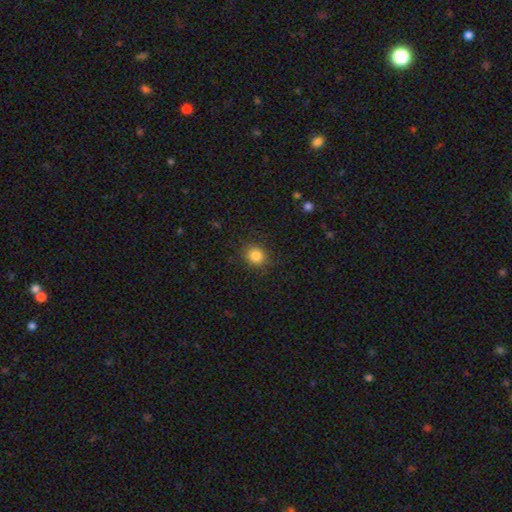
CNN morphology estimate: Smooth or featured?
  - smooth: 84% *
  - star or artifact: 11%
  - featured or disk: 5%
How rounded?
  - round: 79% *
  - in between: 20%
  - cigar-shaped: 1%
Merging?
  - none: 87% *
  - minor disturbance: 9%
  - major disturbance: 3%
  - merger: 1%